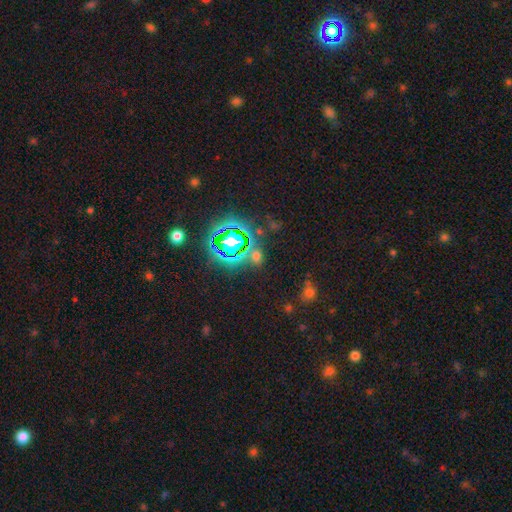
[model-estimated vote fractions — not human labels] smooth-or-featured: star or artifact: 59% | smooth: 32% | featured or disk: 9%